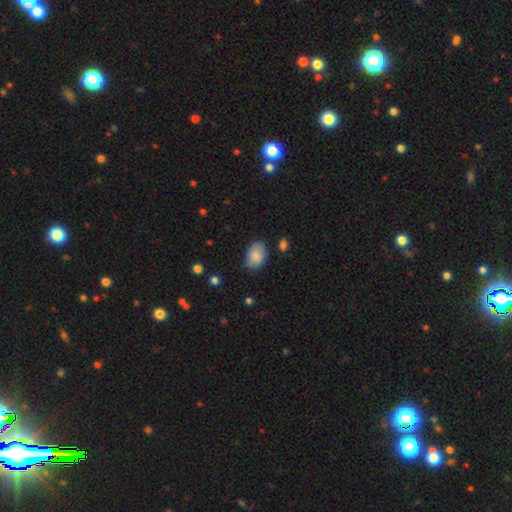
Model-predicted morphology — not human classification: Smooth or featured? smooth (84%)
How rounded? in between (82%)
Merging? none (71%)